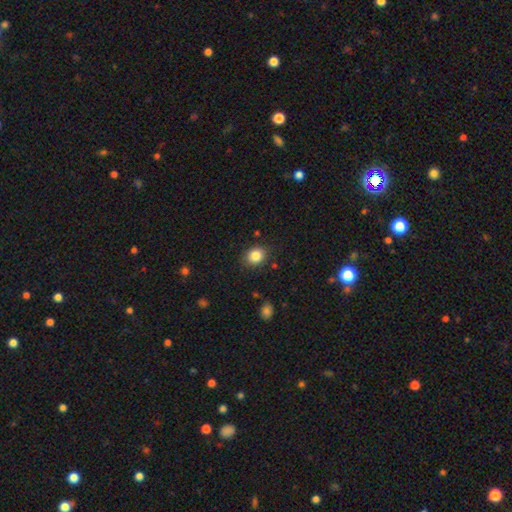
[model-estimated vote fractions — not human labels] Smooth or featured? smooth (84%)
How rounded? round (62%)
Merging? none (85%)